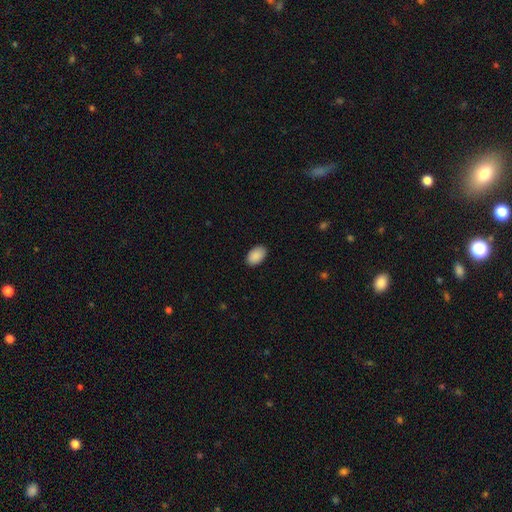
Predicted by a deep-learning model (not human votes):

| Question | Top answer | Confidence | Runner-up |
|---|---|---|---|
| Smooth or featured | smooth | 91% | star or artifact (7%) |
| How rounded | in between | 92% | round (7%) |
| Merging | none | 89% | minor disturbance (8%) |